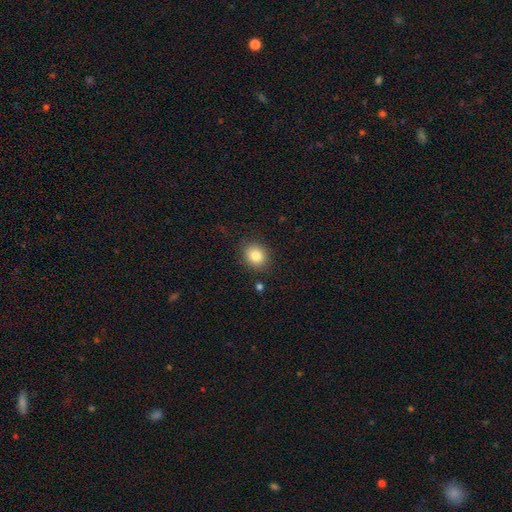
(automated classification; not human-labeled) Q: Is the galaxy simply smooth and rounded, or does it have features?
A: smooth — 83%.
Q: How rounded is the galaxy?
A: round — 70%.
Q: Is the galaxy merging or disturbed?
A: none — 87%.